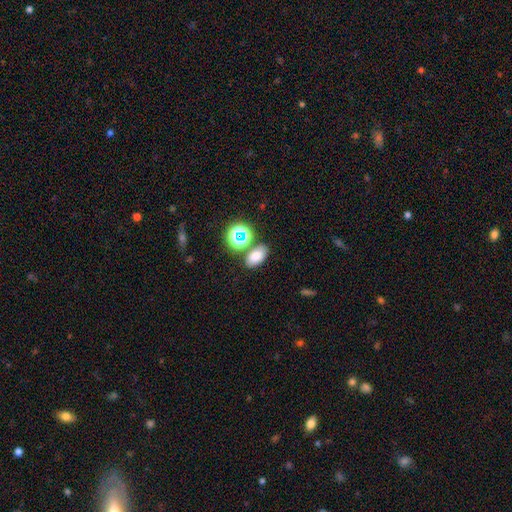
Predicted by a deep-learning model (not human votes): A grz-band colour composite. It shows a smooth galaxy with no disk features (73%) that is in between round and cigar-shaped (82%). Merging: none (75%).